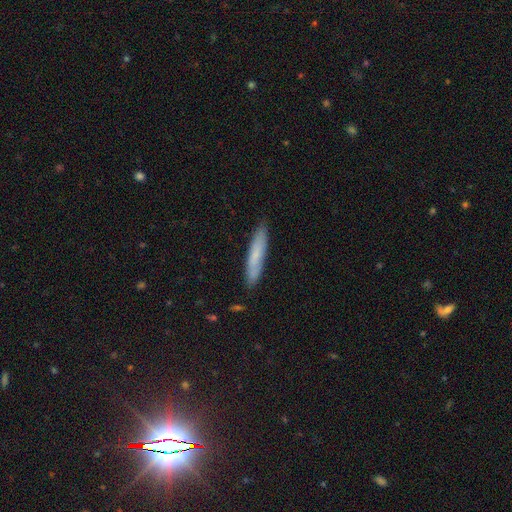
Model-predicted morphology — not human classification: Overall: smooth (69%). How rounded: cigar-shaped (90%). Merging: none (87%).